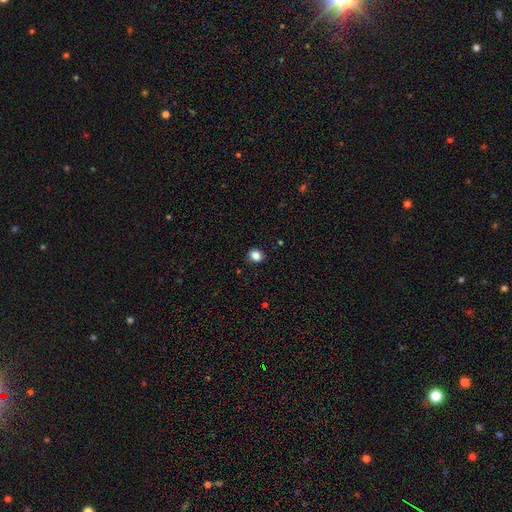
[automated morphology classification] Smooth or featured: smooth — 85% (star or artifact — 11%)
How rounded: round — 67% (in between — 32%)
Merging: none — 89% (minor disturbance — 8%)